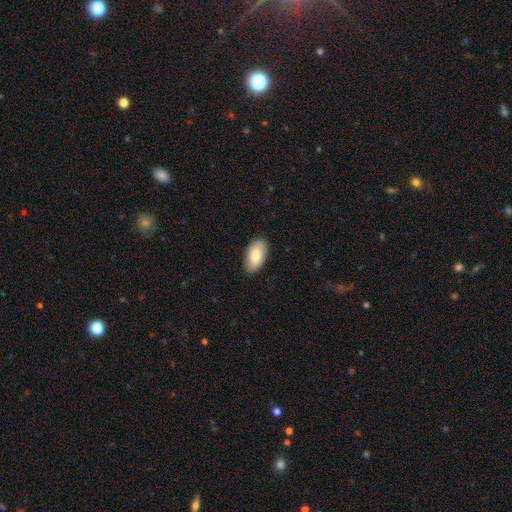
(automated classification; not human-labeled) smooth 80%, featured or disk 14%, star or artifact 6%. Down the decision tree: how rounded — in between (95%); merging — none (88%).